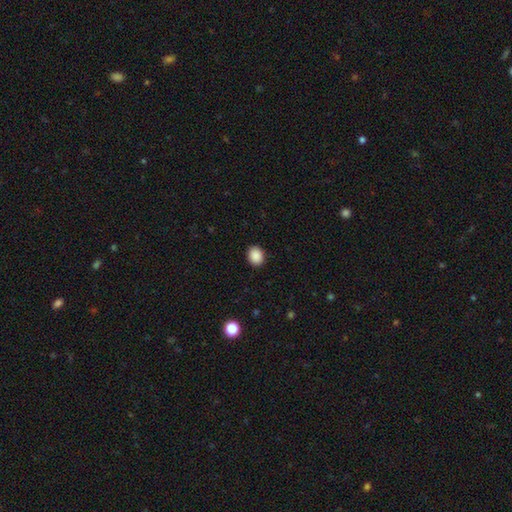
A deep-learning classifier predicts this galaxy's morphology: smooth 89%, star or artifact 9%, featured or disk 2%. Down the decision tree: how rounded — round (58%); merging — none (90%).